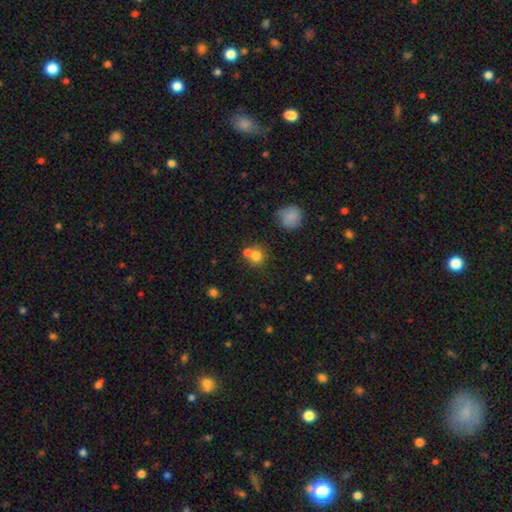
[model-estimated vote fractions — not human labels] Smooth or featured? smooth (75%)
How rounded? round (86%)
Merging? none (49%)